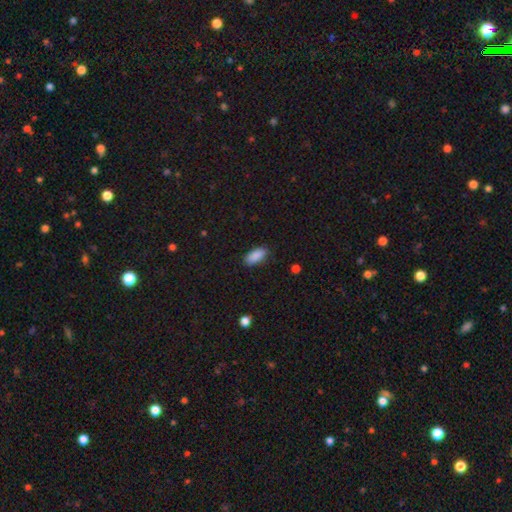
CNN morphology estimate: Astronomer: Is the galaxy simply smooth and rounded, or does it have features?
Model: smooth — 89%.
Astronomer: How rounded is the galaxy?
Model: in between — 90%.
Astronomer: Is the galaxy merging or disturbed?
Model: none — 86%.